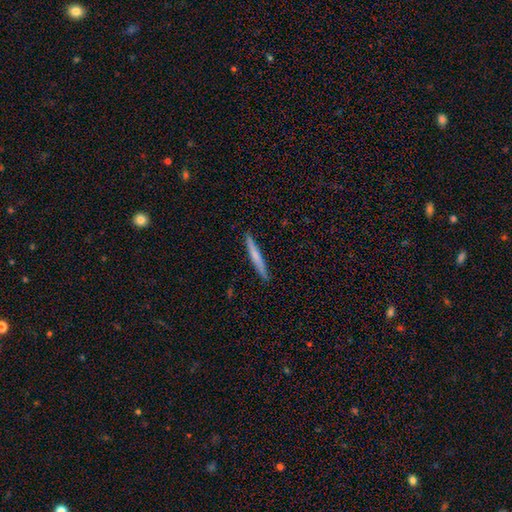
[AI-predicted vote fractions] The model was most divided on "smooth or featured": smooth: 62%, featured or disk: 32%, star or artifact: 6%. More confident: how rounded — cigar-shaped (96%); merging — none (91%).